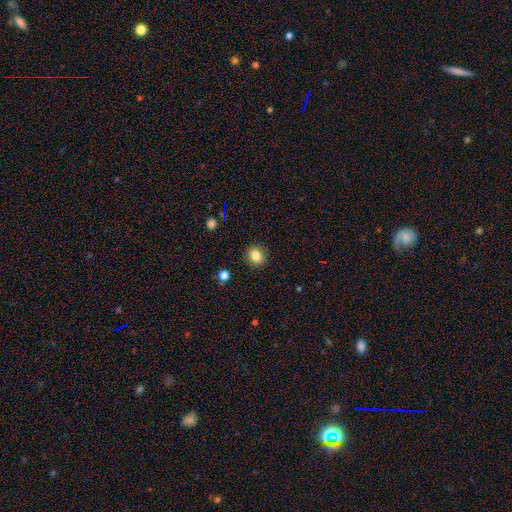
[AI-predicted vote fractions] Smooth or featured?
  - smooth: 84% *
  - star or artifact: 11%
  - featured or disk: 6%
How rounded?
  - round: 69% *
  - in between: 30%
  - cigar-shaped: 1%
Merging?
  - none: 90% *
  - minor disturbance: 7%
  - major disturbance: 2%
  - merger: 1%